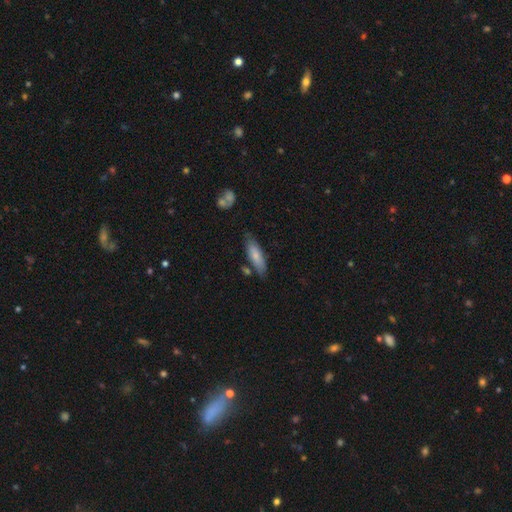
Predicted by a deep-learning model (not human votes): The model was most divided on "how rounded": cigar-shaped: 51%, in between: 47%, round: 2%. More confident: smooth or featured — smooth (74%); merging — none (73%).